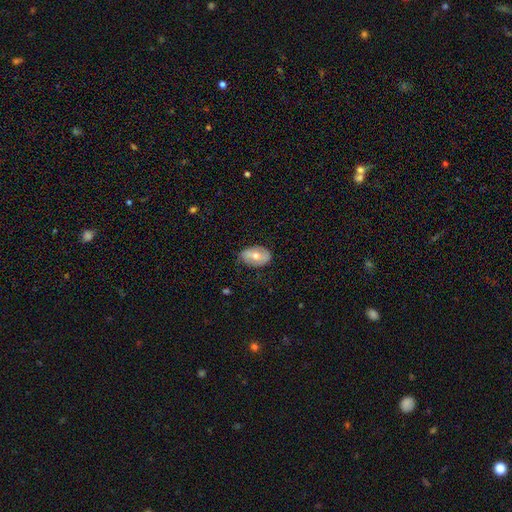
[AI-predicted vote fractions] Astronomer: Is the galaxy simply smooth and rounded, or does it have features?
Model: smooth — 50% (runner-up: featured or disk, 43%).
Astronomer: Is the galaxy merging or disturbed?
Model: none — 77%.